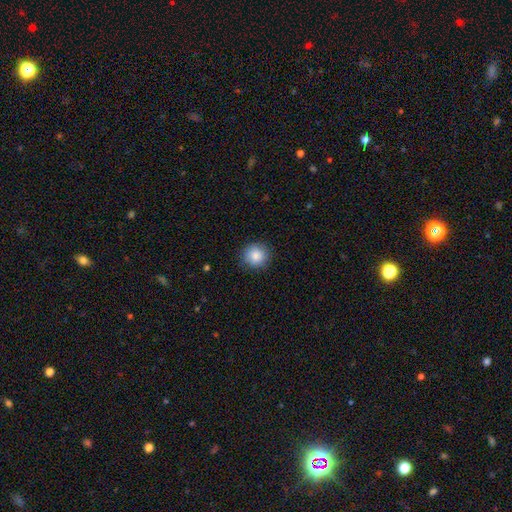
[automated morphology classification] Smooth or featured? smooth (86%)
How rounded? round (92%)
Merging? none (89%)